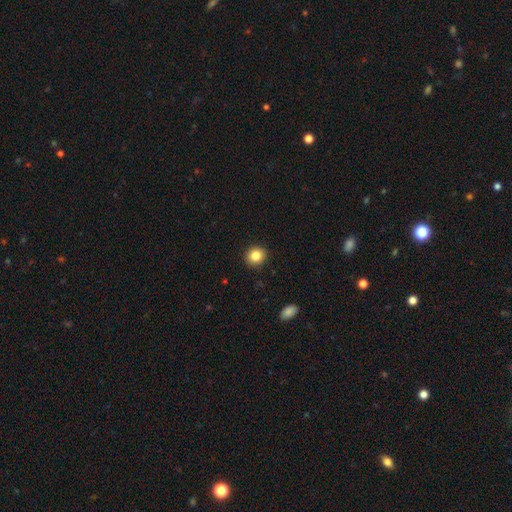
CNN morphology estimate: Smooth or featured: smooth — 84% (star or artifact — 10%)
How rounded: round — 85% (in between — 14%)
Merging: none — 92% (minor disturbance — 6%)